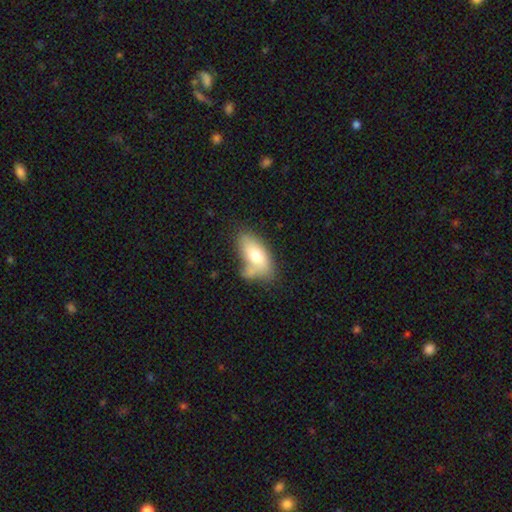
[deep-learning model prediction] Smooth or featured?
  - smooth: 69% *
  - featured or disk: 24%
  - star or artifact: 7%
How rounded?
  - in between: 88% *
  - cigar-shaped: 7%
  - round: 5%
Merging?
  - none: 46% *
  - minor disturbance: 23%
  - merger: 22%
  - major disturbance: 9%